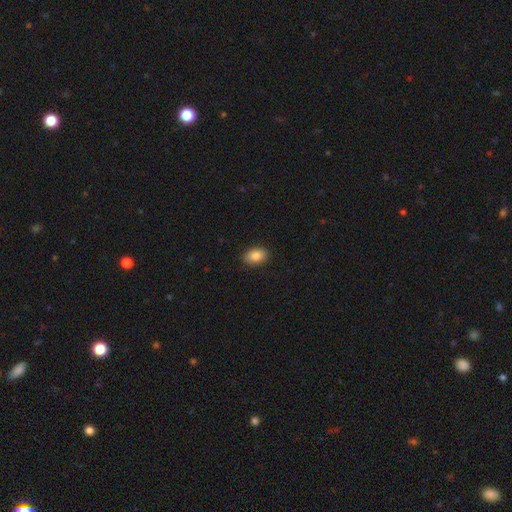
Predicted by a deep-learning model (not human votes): A smooth galaxy with no disk features (86%) that is in between round and cigar-shaped (87%).

Vote fractions:
- Smooth or featured? smooth: 86% / star or artifact: 8% / featured or disk: 6%
- How rounded? in between: 87% / round: 12% / cigar-shaped: 1%
- Merging? none: 89% / minor disturbance: 8% / major disturbance: 2% / merger: 1%